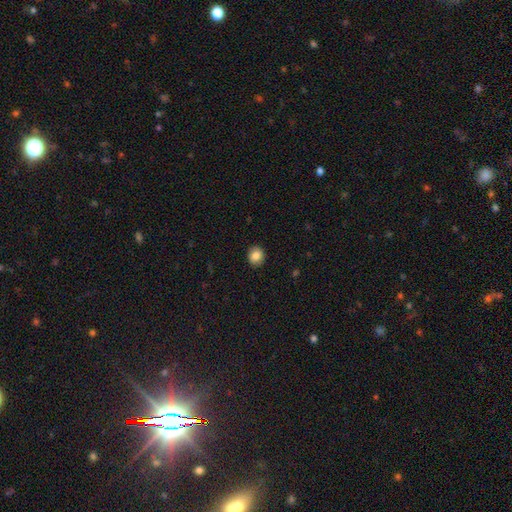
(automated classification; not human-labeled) Q: Smooth or featured?
A: smooth (85%); runner-up: star or artifact (9%)
Q: How rounded?
A: round (80%); runner-up: in between (19%)
Q: Merging?
A: none (91%); runner-up: minor disturbance (6%)